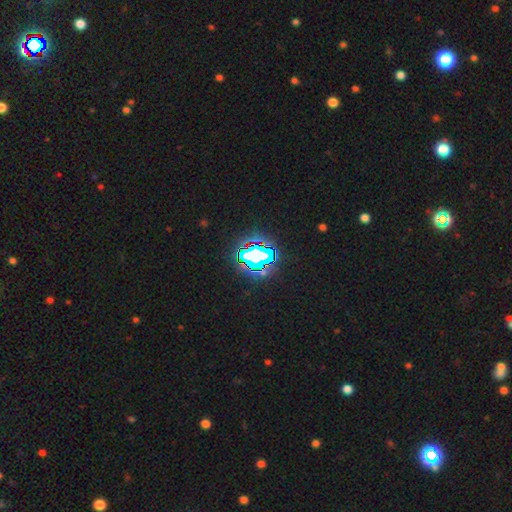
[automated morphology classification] Smooth or featured: star or artifact — 65% (smooth — 19%)